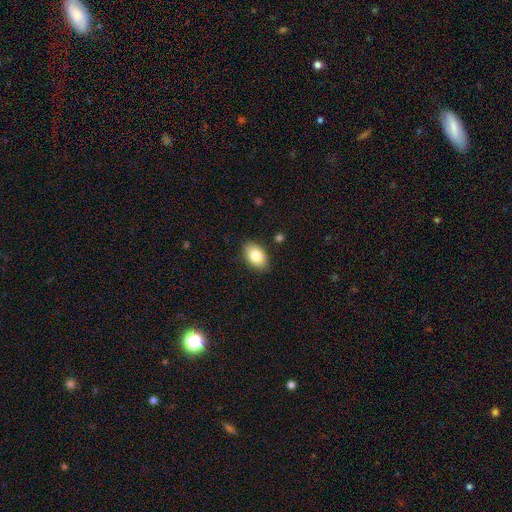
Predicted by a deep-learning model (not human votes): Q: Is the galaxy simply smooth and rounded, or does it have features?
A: smooth — 81%.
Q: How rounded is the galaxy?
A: in between — 89%.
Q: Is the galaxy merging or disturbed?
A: none — 85%.